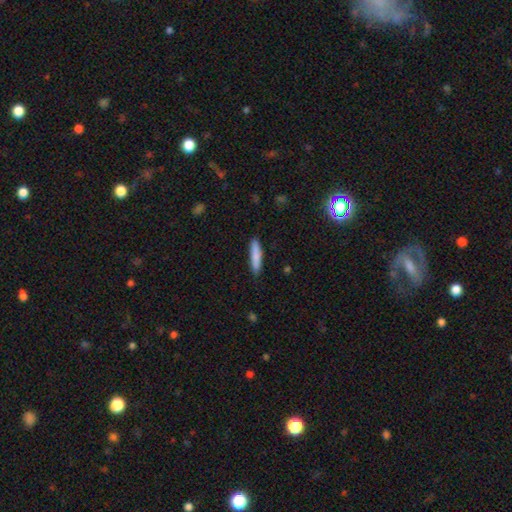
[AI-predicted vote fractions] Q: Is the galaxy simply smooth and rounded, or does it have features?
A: smooth — 84%.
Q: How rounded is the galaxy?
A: cigar-shaped — 86%.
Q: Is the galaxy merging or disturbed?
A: none — 88%.